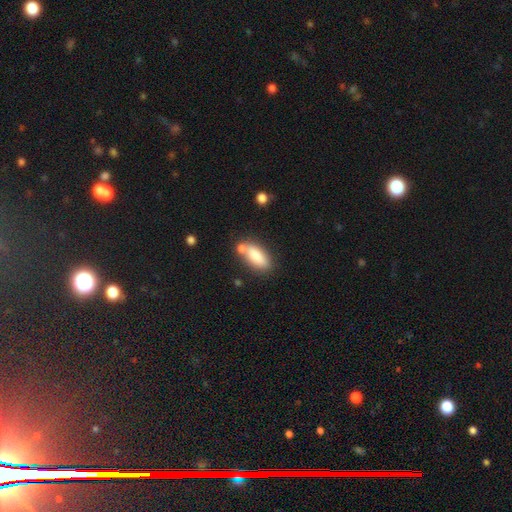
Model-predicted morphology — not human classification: This is clearly a smooth galaxy (81%). How rounded: likely in between (76%). Merging: possibly none (60%).